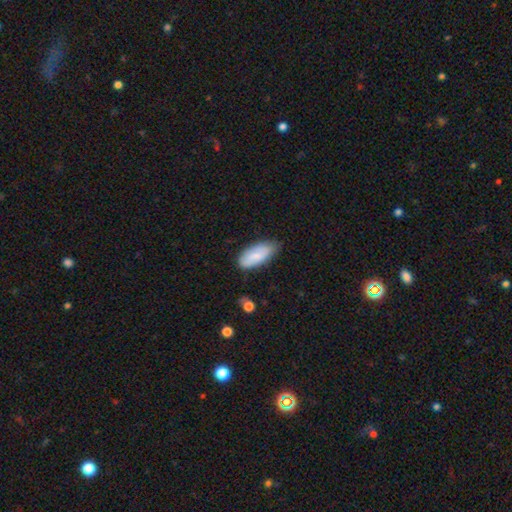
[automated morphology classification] A smooth galaxy with no disk features (76%) that is in between round and cigar-shaped (89%). Merging: none (67%).